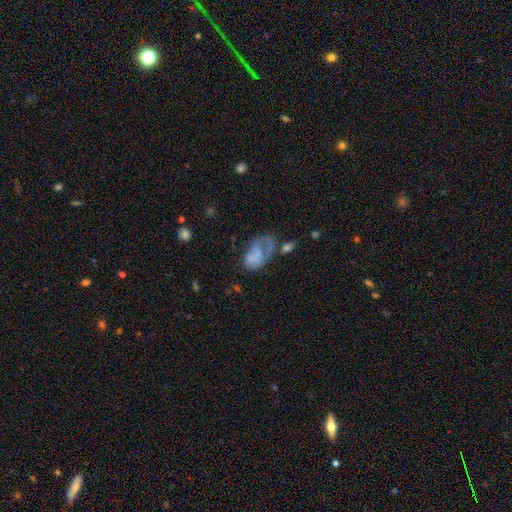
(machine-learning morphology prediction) Overall: smooth (49%; featured or disk 39%). Merging: major disturbance (39%; none 26%).